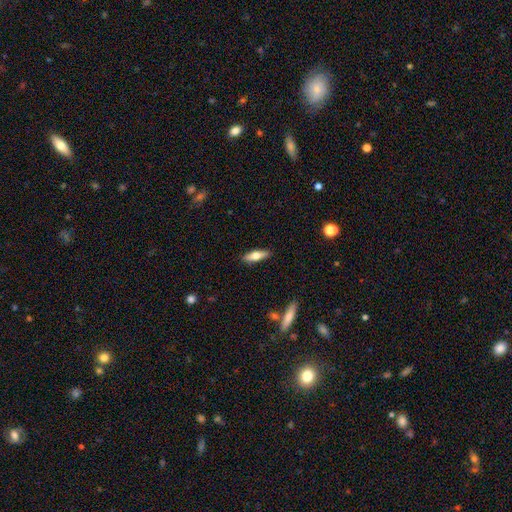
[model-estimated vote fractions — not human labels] smooth-or-featured: smooth: 59% | featured or disk: 35% | star or artifact: 6%
  how-rounded: cigar-shaped: 53% | in between: 45% | round: 2%
  merging: none: 88% | minor disturbance: 8% | major disturbance: 2% | merger: 1%